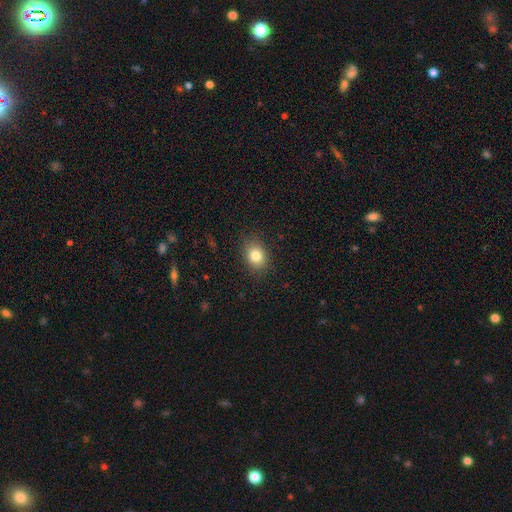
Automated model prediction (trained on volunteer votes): This is clearly a smooth galaxy (82%). How rounded: possibly in between (57%). Merging: clearly none (86%).